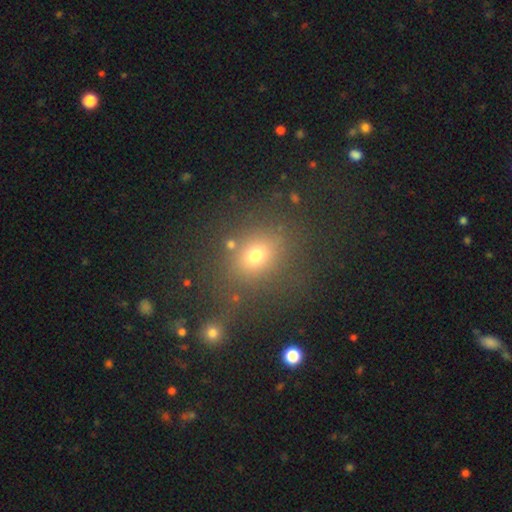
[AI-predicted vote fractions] Smooth or featured: smooth — 69% (star or artifact — 20%)
How rounded: round — 57% (in between — 41%)
Merging: none — 73% (minor disturbance — 12%)